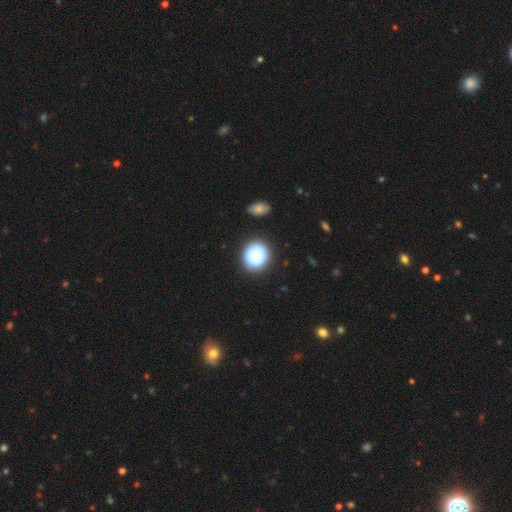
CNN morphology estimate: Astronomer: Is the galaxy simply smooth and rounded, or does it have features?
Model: smooth — 82%.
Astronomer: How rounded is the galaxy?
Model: round — 84%.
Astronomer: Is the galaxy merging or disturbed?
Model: none — 84%.